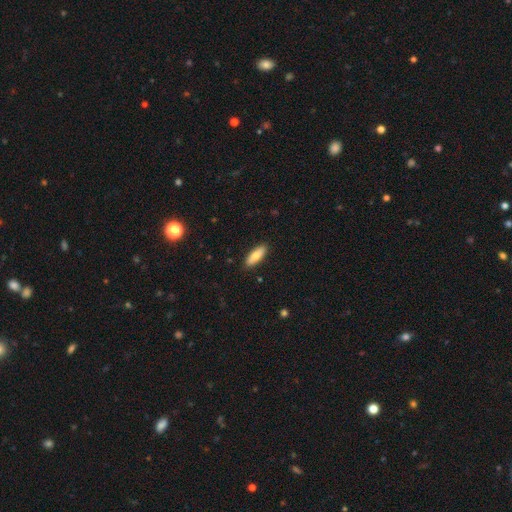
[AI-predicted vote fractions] Smooth or featured: smooth — 77% (featured or disk — 17%)
How rounded: in between — 60% (cigar-shaped — 38%)
Merging: none — 89% (minor disturbance — 8%)